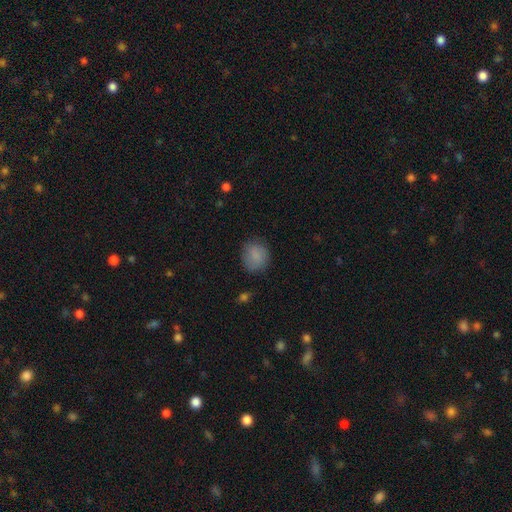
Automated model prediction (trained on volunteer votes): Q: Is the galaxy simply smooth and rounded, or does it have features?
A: smooth — 84%.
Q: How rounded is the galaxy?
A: round — 72%.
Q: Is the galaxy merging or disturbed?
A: none — 79%.